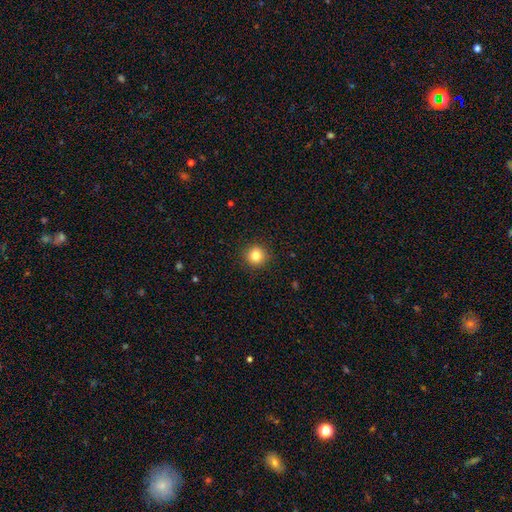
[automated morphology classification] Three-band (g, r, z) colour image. It shows a smooth galaxy with no disk features (82%) that is round (94%). Merging: none (92%).